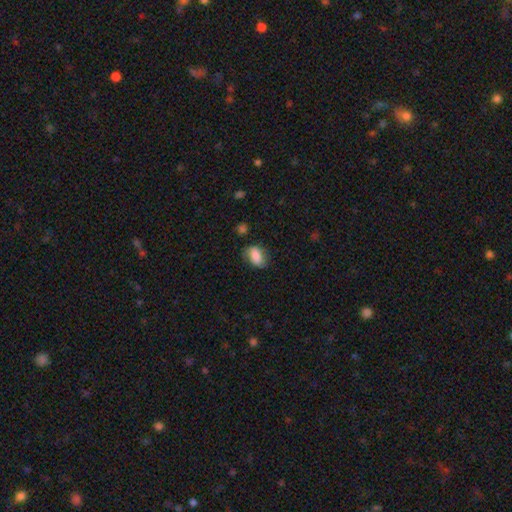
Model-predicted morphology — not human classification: smooth 82%, featured or disk 11%, star or artifact 8%. Down the decision tree: how rounded — in between (85%); merging — none (67%).